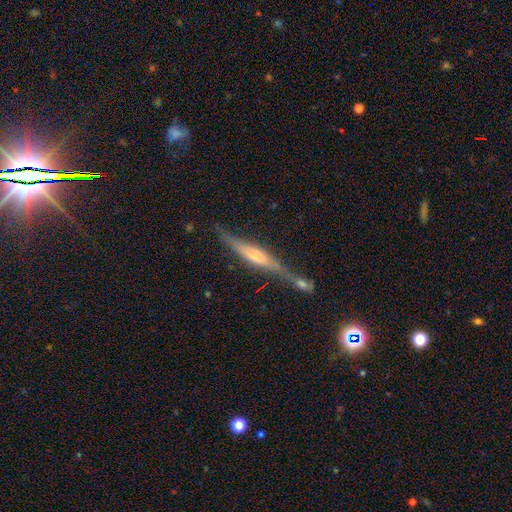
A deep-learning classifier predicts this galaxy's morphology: featured or disk 72%, smooth 20%, star or artifact 8%. Down the decision tree: edge-on disk — yes (94%); edge-on bulge — rounded (54%); merging — none (60%).